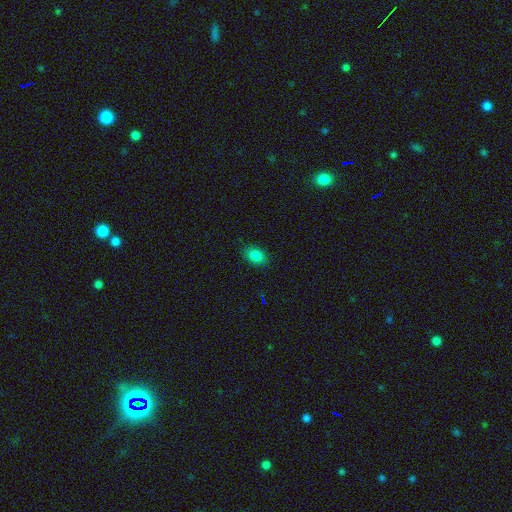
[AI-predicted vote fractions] Smooth or featured? Predicted: smooth (p=0.83). How rounded? Predicted: in between (p=0.81). Merging? Predicted: none (p=0.85).